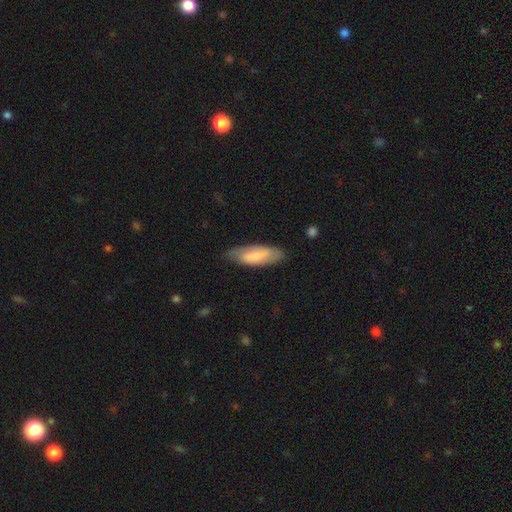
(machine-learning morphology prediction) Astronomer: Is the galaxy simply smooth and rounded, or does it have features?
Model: smooth — 63%.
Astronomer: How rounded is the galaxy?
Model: in between — 71%.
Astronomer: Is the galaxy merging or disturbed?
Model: none — 74%.